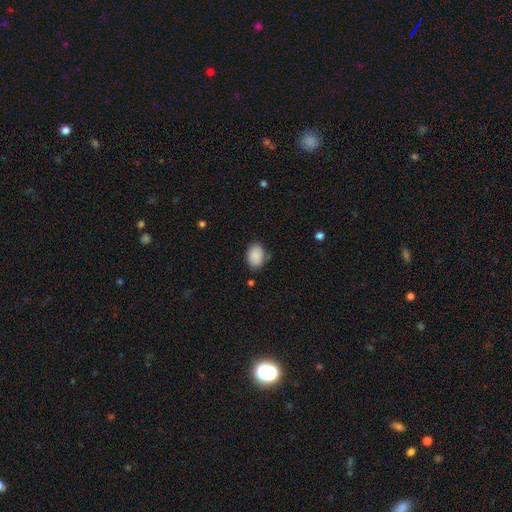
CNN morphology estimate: Smooth or featured?
  - smooth: 89% *
  - star or artifact: 7%
  - featured or disk: 4%
How rounded?
  - in between: 79% *
  - round: 20%
  - cigar-shaped: 1%
Merging?
  - none: 77% *
  - minor disturbance: 17%
  - major disturbance: 4%
  - merger: 3%